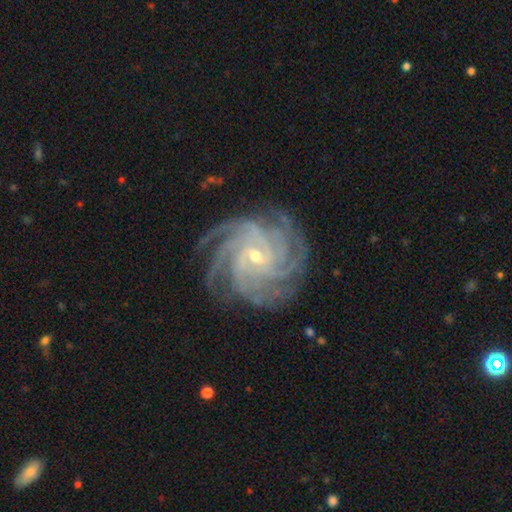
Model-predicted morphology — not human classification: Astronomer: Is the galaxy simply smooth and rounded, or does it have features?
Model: featured or disk — 91%.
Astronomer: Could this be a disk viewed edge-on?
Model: no — 98%.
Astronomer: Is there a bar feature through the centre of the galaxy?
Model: no — 45% (runner-up: weak, 42%).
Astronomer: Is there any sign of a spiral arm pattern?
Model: yes — 99%.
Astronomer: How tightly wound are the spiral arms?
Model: tight — 73%.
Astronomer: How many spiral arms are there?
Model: more than 4 — 40% (runner-up: 4, 28%).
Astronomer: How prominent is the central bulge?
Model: small — 66%.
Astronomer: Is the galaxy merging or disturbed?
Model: none — 81%.